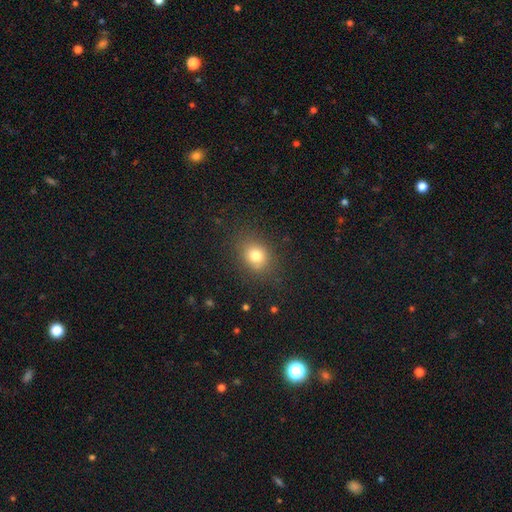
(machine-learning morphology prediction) Overall: smooth (77%). How rounded: round (59%; in between 40%). Merging: none (82%).